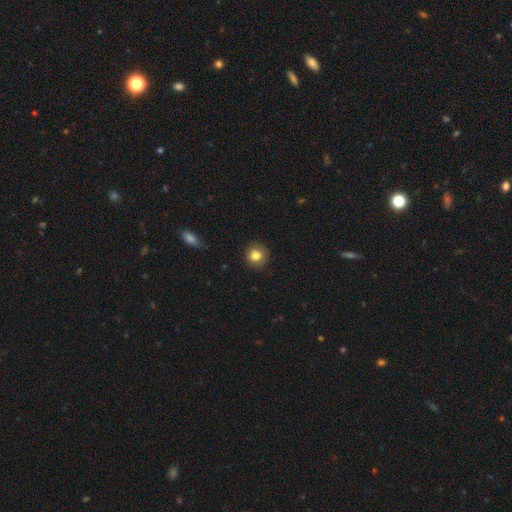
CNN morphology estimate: Smooth or featured? smooth (82%)
How rounded? round (88%)
Merging? none (86%)